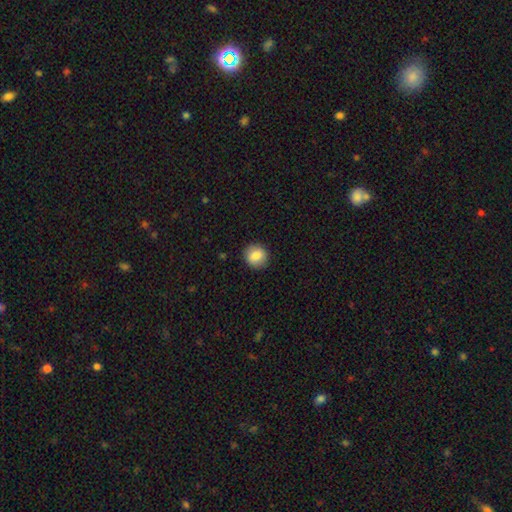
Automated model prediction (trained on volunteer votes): smooth_or_featured: smooth (p=0.84) [alt: star or artifact p=0.08]
how_rounded: round (p=0.88) [alt: in between p=0.11]
merging: none (p=0.90) [alt: minor disturbance p=0.07]